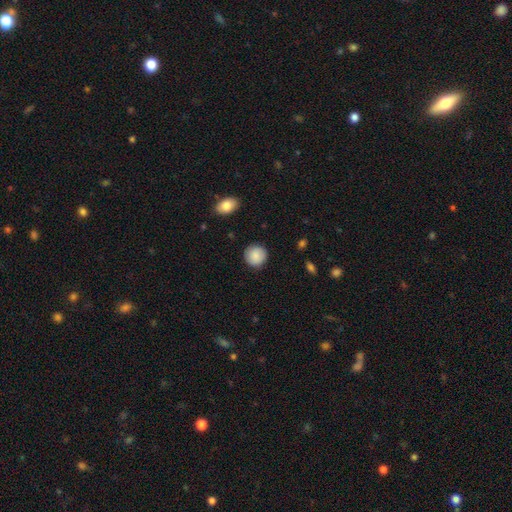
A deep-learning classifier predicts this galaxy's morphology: This appears to be a smooth galaxy with no disk features (88%) that is round (92%). Merging: none (90%).